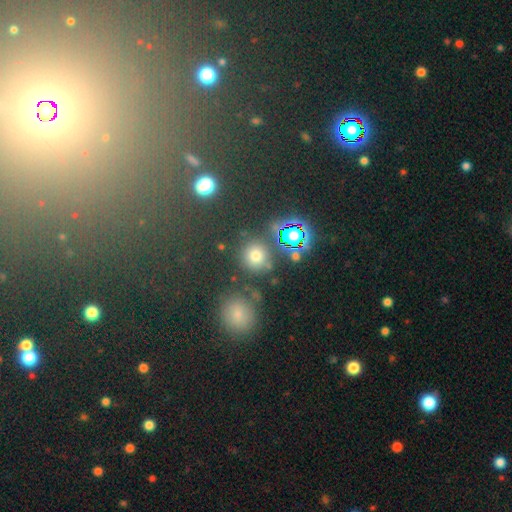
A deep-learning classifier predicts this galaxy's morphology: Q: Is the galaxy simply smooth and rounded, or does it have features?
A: smooth — 66%.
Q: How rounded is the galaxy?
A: round — 89%.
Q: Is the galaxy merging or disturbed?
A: none — 78%.